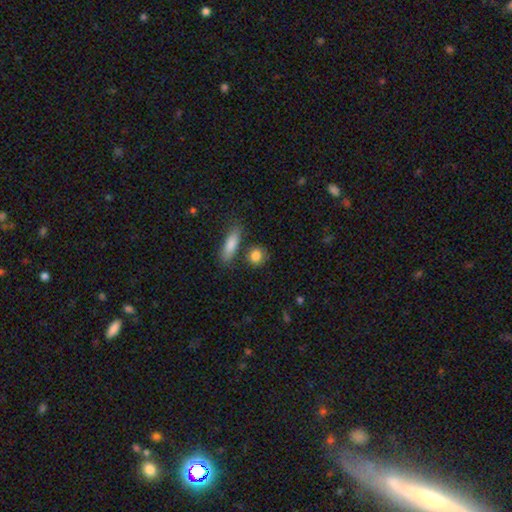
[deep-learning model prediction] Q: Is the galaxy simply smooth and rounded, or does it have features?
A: smooth — 85%.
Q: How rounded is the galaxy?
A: round — 60%.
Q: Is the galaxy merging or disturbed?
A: none — 73%.